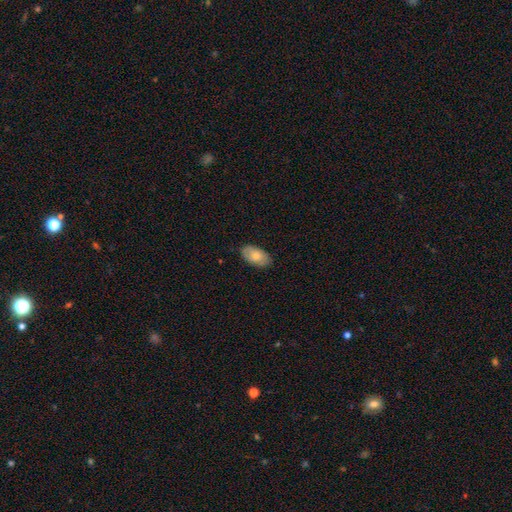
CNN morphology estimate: This is likely a smooth galaxy (73%). How rounded: clearly in between (94%). Merging: clearly none (82%).